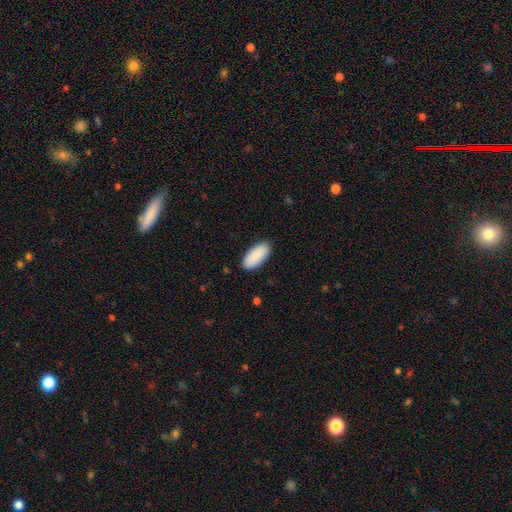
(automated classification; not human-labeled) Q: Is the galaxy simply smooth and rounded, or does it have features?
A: smooth — 90%.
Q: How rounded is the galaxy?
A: in between — 92%.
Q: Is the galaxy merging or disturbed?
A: none — 88%.